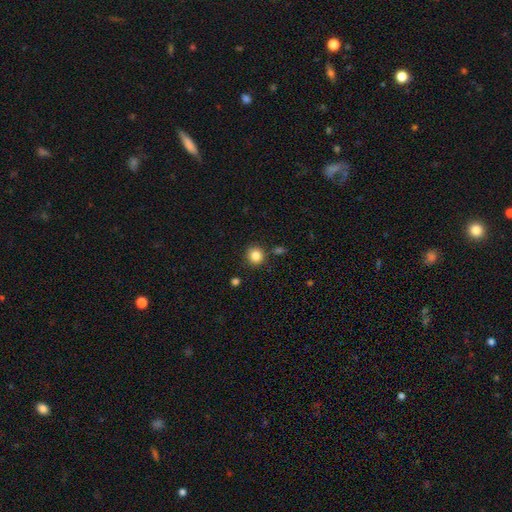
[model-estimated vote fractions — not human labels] smooth 84%, star or artifact 11%, featured or disk 5%. Down the decision tree: how rounded — round (90%); merging — none (86%).